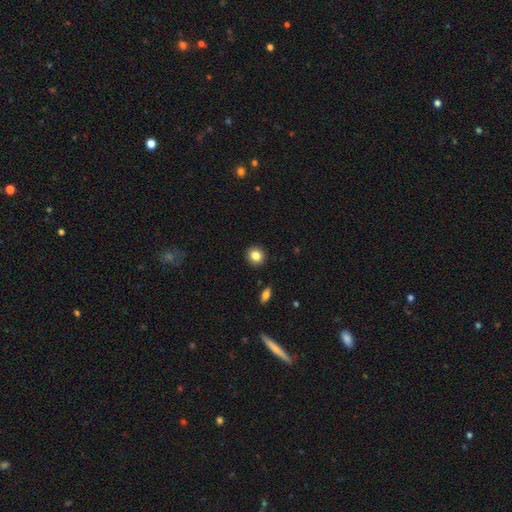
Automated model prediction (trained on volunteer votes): Overall: smooth (84%). How rounded: round (87%). Merging: none (92%).